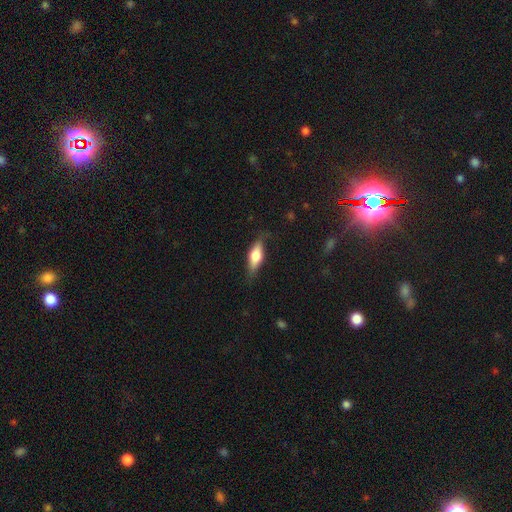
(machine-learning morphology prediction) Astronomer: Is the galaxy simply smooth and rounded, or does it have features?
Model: smooth — 60%.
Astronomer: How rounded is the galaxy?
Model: in between — 66%.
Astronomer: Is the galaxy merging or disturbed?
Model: none — 74%.